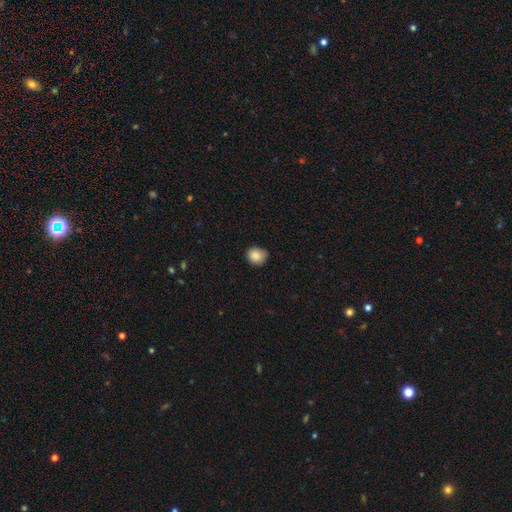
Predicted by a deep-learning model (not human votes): smooth_or_featured: smooth (p=0.88) [alt: star or artifact p=0.09]
how_rounded: round (p=0.73) [alt: in between p=0.26]
merging: none (p=0.77) [alt: minor disturbance p=0.19]